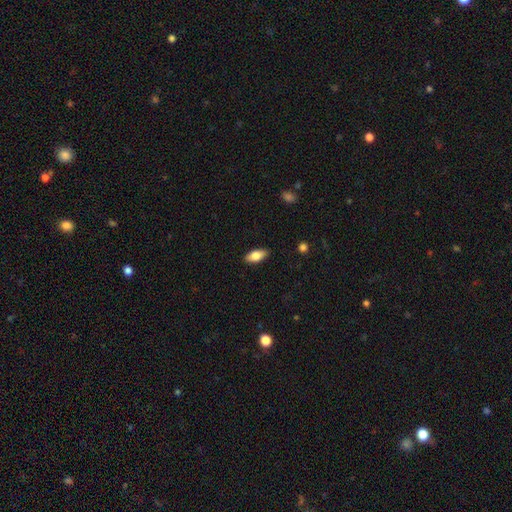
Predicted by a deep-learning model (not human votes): Smooth or featured? smooth (76%)
How rounded? in between (86%)
Merging? none (88%)